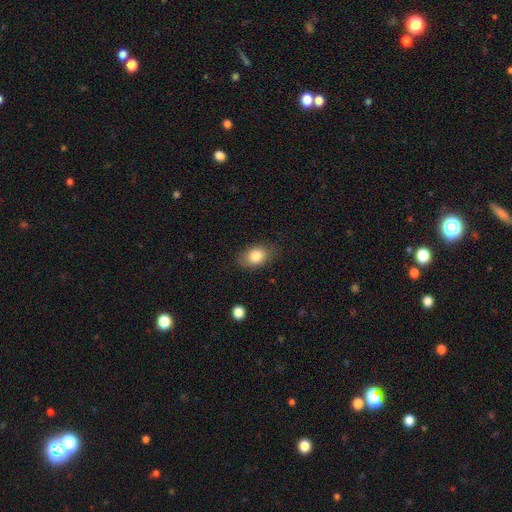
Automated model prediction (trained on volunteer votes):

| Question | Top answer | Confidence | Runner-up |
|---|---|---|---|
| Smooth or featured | smooth | 82% | featured or disk (10%) |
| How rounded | in between | 78% | round (20%) |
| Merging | none | 79% | minor disturbance (15%) |